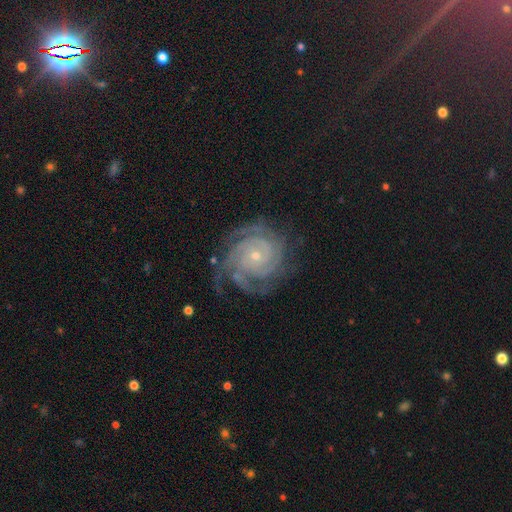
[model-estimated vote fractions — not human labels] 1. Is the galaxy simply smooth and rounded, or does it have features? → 91% featured or disk, 6% star or artifact, 4% smooth.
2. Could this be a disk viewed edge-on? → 98% no, 2% yes.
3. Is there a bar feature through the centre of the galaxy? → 77% no, 17% weak, 6% strong.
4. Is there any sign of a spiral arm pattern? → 98% yes, 2% no.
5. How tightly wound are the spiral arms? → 80% tight, 18% medium, 2% loose.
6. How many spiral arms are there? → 29% 4, 28% 3, 14% can't tell, 13% 2, 10% more than 4, 7% 1.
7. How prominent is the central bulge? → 76% small, 20% moderate, 2% none, 1% large, 1% dominant.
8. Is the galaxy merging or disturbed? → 75% none, 17% minor disturbance, 7% major disturbance, 1% merger.